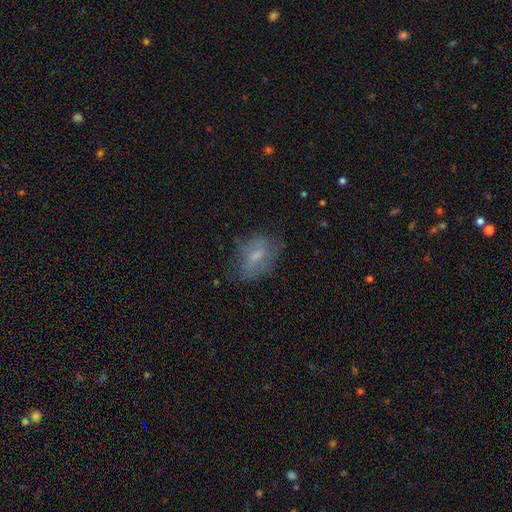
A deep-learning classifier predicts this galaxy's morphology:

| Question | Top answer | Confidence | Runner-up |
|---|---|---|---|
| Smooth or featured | smooth | 55% | featured or disk (35%) |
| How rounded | in between | 79% | round (16%) |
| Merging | none | 61% | minor disturbance (24%) |